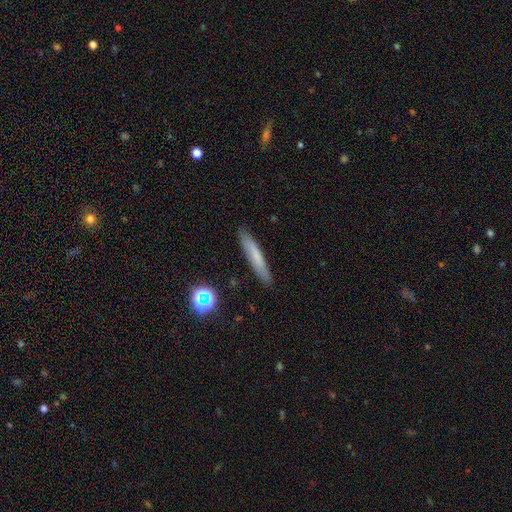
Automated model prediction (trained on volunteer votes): Smooth or featured: smooth — 64% (featured or disk — 26%)
How rounded: cigar-shaped — 92% (in between — 6%)
Merging: none — 86% (minor disturbance — 10%)